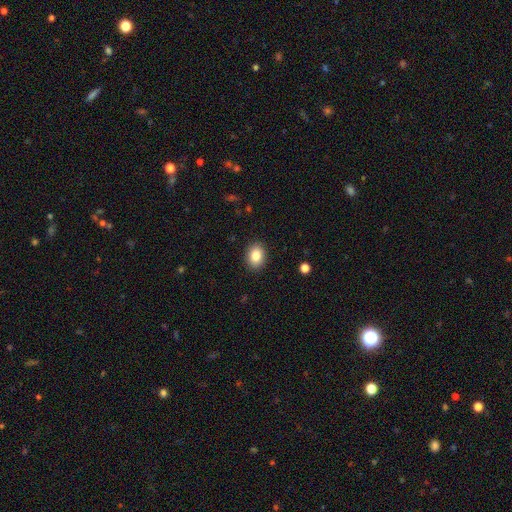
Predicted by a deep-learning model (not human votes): This appears to be a smooth galaxy with no disk features (85%) that is in between round and cigar-shaped (68%). Merging: none (90%).